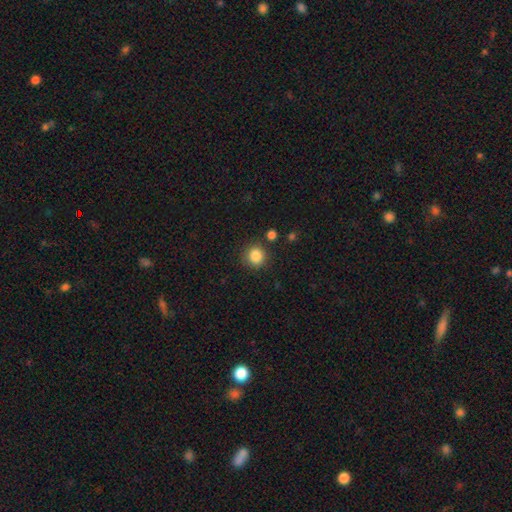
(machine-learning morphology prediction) type=smooth (86%); roundness=round (88%); merging=none (84%).